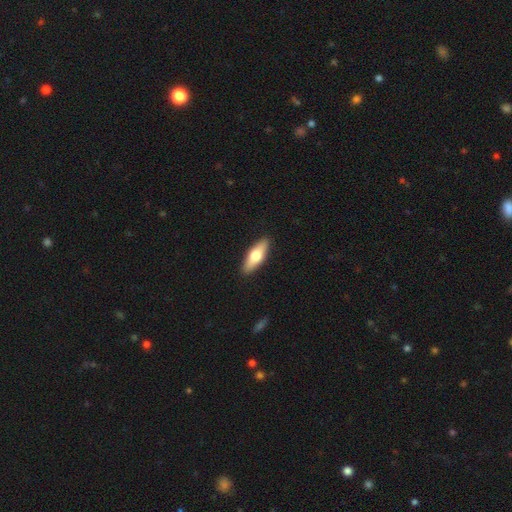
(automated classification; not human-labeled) smooth_or_featured: smooth (p=0.63) [alt: featured or disk p=0.32]
how_rounded: in between (p=0.58) [alt: cigar-shaped p=0.39]
merging: none (p=0.90) [alt: minor disturbance p=0.07]